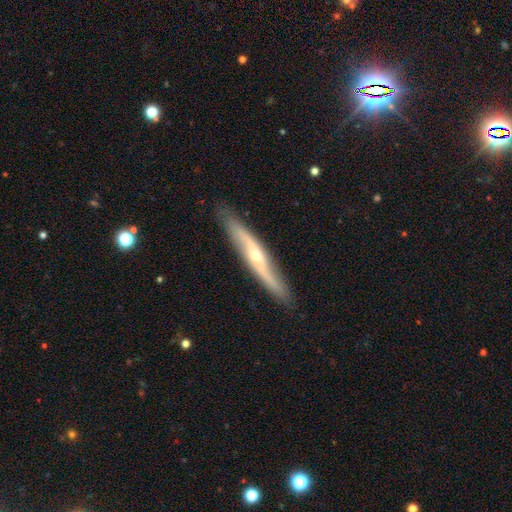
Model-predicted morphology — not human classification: The model was most divided on "edge-on disk": yes: 64%, no: 36%. More confident: merging — none (84%); smooth or featured — featured or disk (70%).